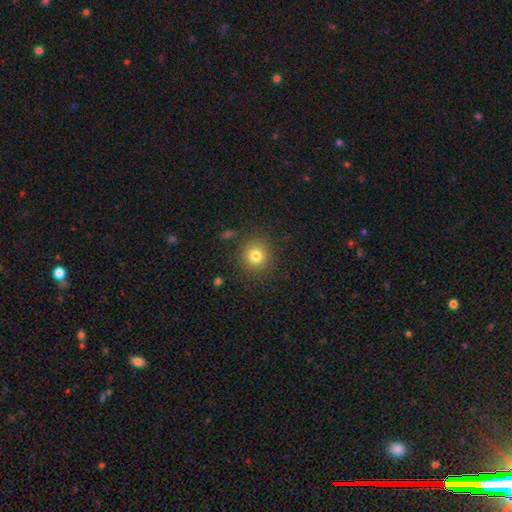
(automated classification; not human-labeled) The model was most divided on "smooth or featured": smooth: 80%, star or artifact: 13%, featured or disk: 8%. More confident: how rounded — round (92%); merging — none (88%).